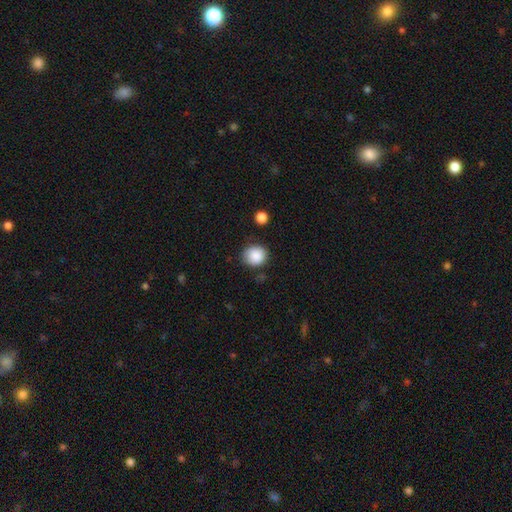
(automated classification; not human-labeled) Overall: smooth (88%). How rounded: round (84%). Merging: none (78%).